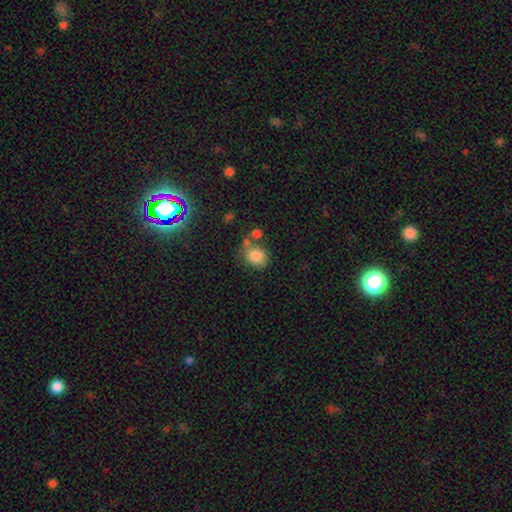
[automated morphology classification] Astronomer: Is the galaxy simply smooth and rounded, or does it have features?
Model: smooth — 83%.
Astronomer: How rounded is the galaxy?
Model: round — 66%.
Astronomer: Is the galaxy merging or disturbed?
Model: none — 55%.